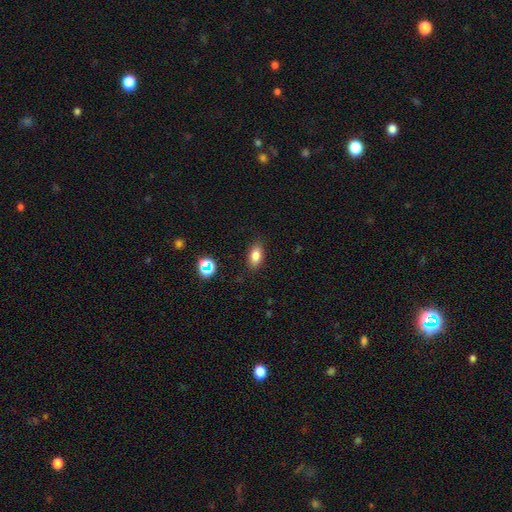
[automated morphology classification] Smooth or featured: smooth — 81% (star or artifact — 11%)
How rounded: in between — 86% (round — 7%)
Merging: none — 86% (minor disturbance — 10%)